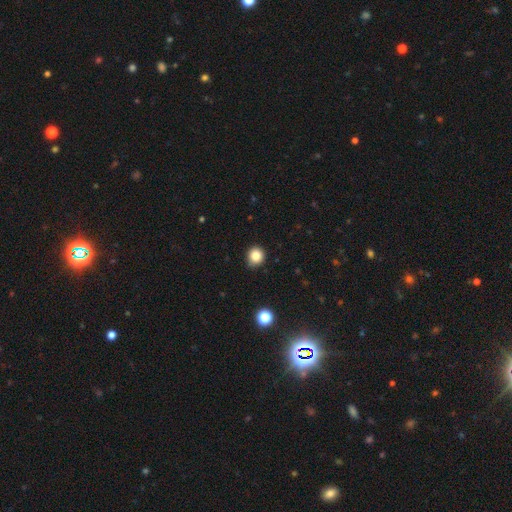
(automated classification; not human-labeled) Smooth or featured? Predicted: smooth (p=0.84). How rounded? Predicted: round (p=0.86). Merging? Predicted: none (p=0.88).